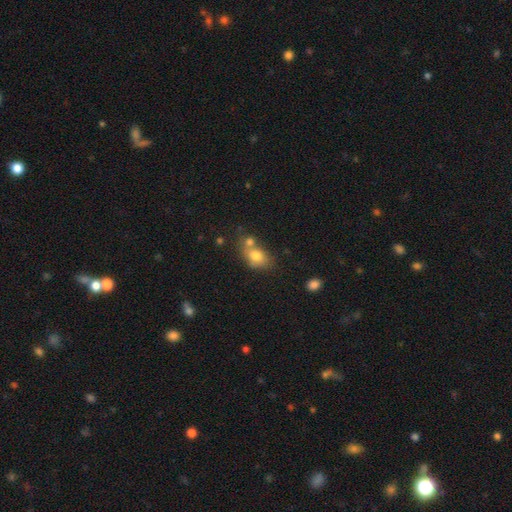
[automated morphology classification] A smooth galaxy with no disk features (77%) that is in between round and cigar-shaped (73%).

Vote fractions:
- Smooth or featured? smooth: 77% / featured or disk: 14% / star or artifact: 9%
- How rounded? in between: 73% / round: 26% / cigar-shaped: 2%
- Merging? merger: 41% / none: 40% / minor disturbance: 14% / major disturbance: 5%